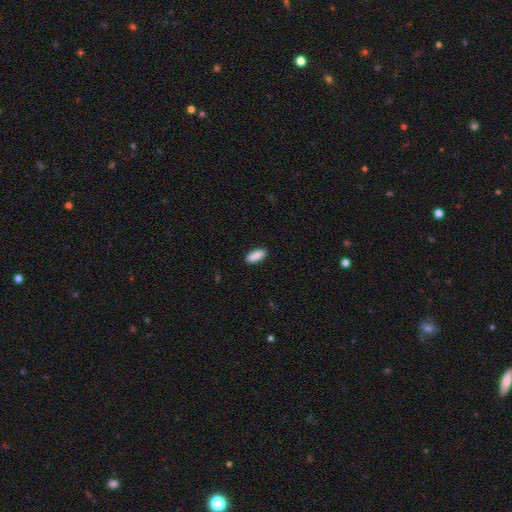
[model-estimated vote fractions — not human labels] Q: Smooth or featured?
A: smooth (90%); runner-up: star or artifact (6%)
Q: How rounded?
A: in between (77%); runner-up: cigar-shaped (21%)
Q: Merging?
A: none (89%); runner-up: minor disturbance (8%)